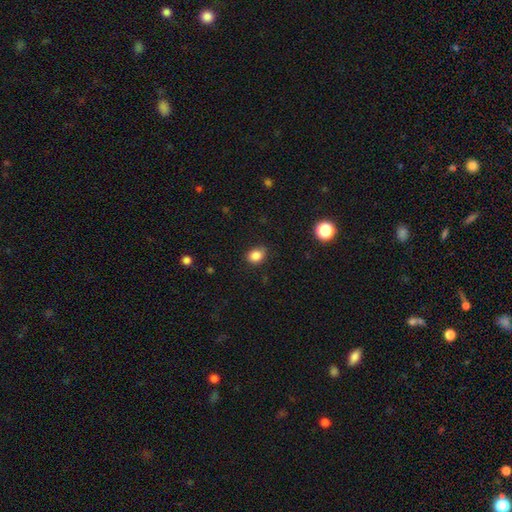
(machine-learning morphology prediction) This appears to be a smooth galaxy with no disk features (85%) that is in between round and cigar-shaped (55%). Merging: none (80%).